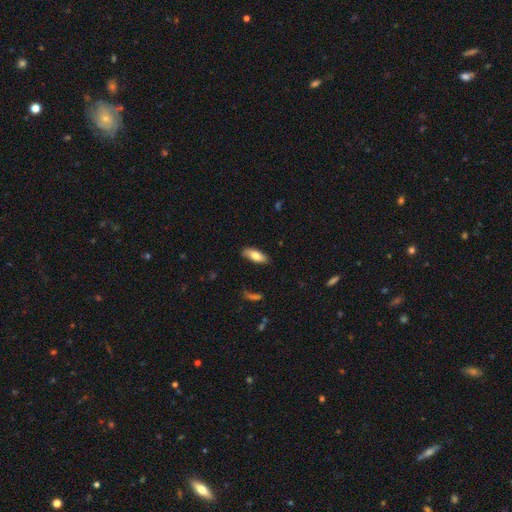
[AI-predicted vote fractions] Smooth or featured?
  - smooth: 76% *
  - featured or disk: 18%
  - star or artifact: 6%
How rounded?
  - in between: 74% *
  - cigar-shaped: 24%
  - round: 2%
Merging?
  - none: 81% *
  - minor disturbance: 15%
  - major disturbance: 3%
  - merger: 1%